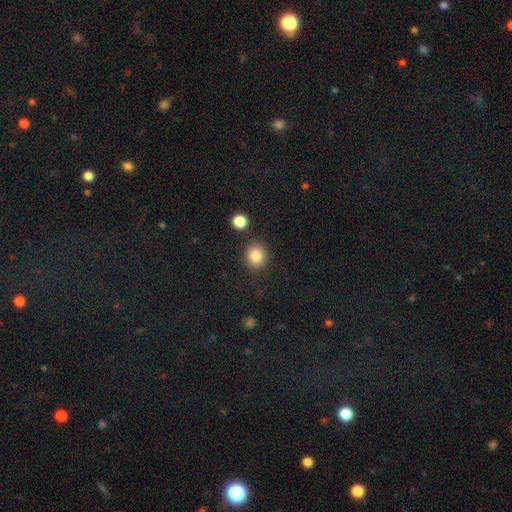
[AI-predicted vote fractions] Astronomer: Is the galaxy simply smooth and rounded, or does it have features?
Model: smooth — 85%.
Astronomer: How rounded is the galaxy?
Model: round — 83%.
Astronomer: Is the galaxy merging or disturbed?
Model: none — 85%.